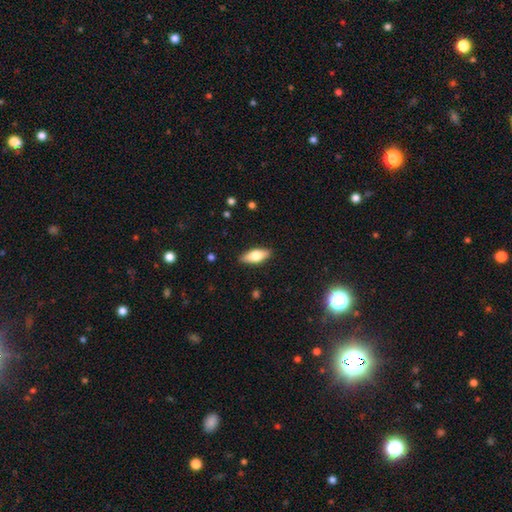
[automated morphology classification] smooth-or-featured: smooth: 65% | featured or disk: 29% | star or artifact: 6%
  how-rounded: in between: 75% | cigar-shaped: 22% | round: 3%
  merging: none: 88% | minor disturbance: 9% | major disturbance: 2% | merger: 1%